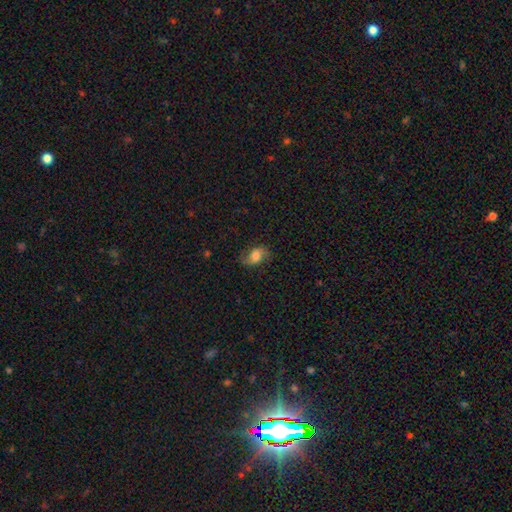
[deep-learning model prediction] A featured or disk galaxy (53%) with no bar (57%), spiral arms (90%) and a large central bulge (39%). Merging: none (74%).